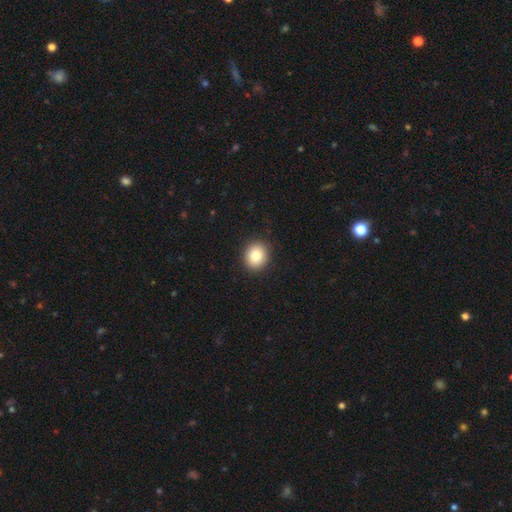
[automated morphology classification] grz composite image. It shows a smooth galaxy with no disk features (84%) that is round (70%). Merging: none (90%).